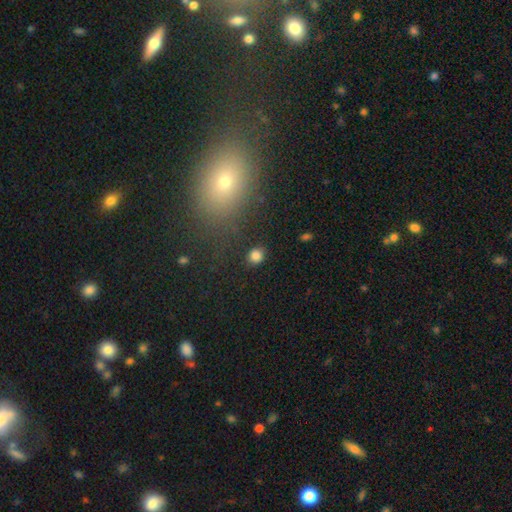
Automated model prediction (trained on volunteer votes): Morphology: type=smooth (83%); roundness=round (74%); merging=none (86%).